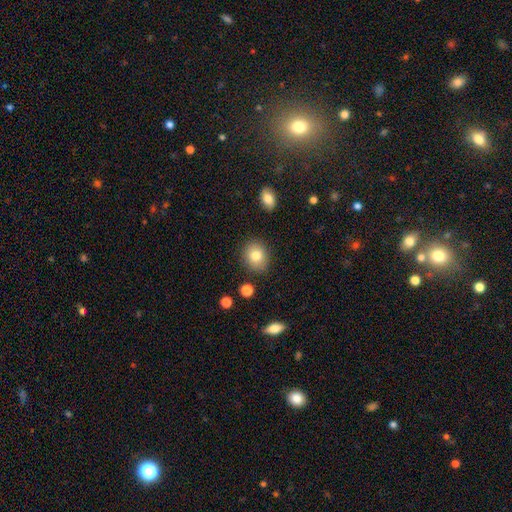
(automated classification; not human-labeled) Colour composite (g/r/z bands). It shows a smooth galaxy with no disk features (81%) that is round (63%). Merging: none (86%).